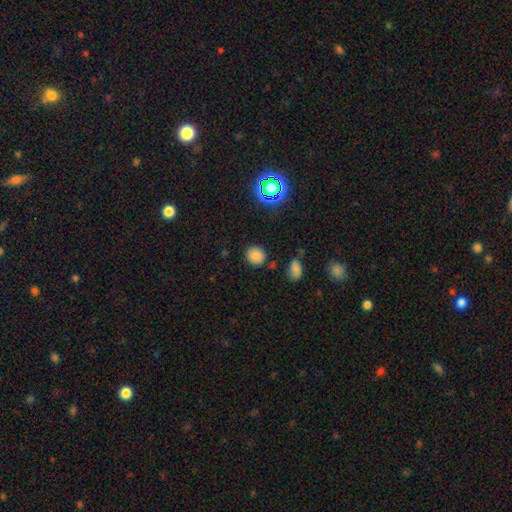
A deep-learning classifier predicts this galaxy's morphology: Smooth or featured? Predicted: smooth (p=0.79). How rounded? Predicted: round (p=0.83). Merging? Predicted: none (p=0.84).